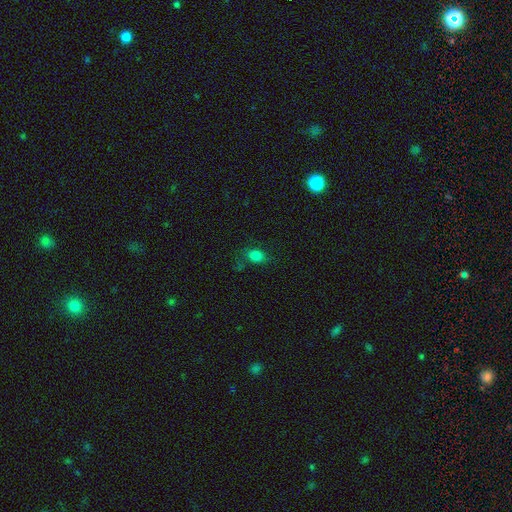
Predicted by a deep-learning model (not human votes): Smooth or featured? smooth (80%)
How rounded? in between (63%)
Merging? none (69%)